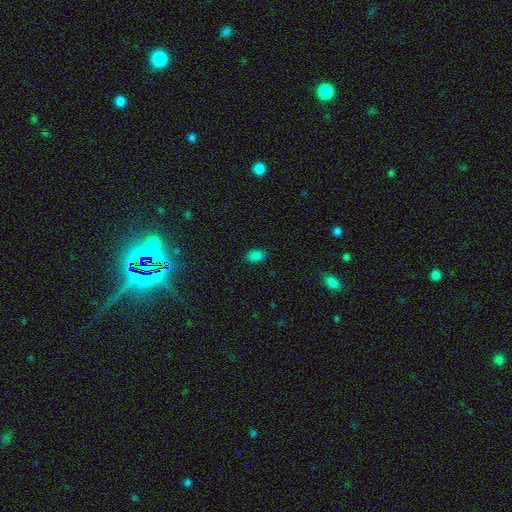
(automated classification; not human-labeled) smooth 83%, star or artifact 13%, featured or disk 3%. Down the decision tree: how rounded — in between (90%); merging — none (86%).